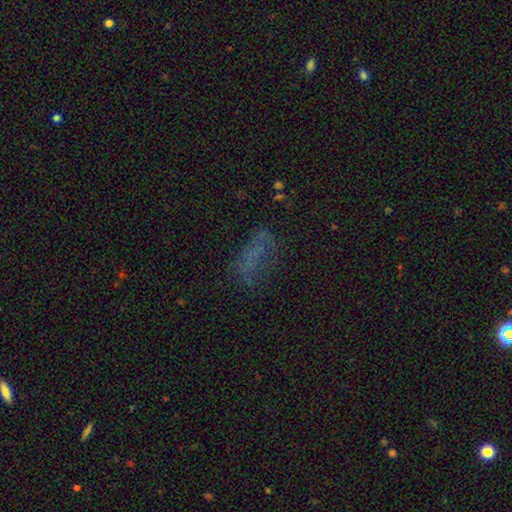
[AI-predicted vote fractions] Smooth or featured? smooth (46%)
Merging? none (49%)